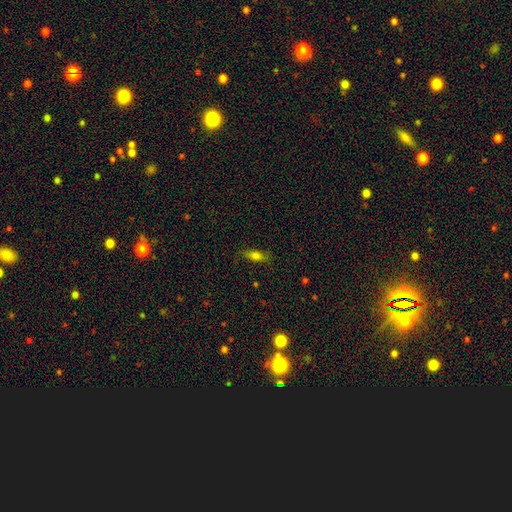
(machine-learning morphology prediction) smooth_or_featured: smooth (p=0.74) [alt: featured or disk p=0.15]
how_rounded: in between (p=0.73) [alt: cigar-shaped p=0.22]
merging: none (p=0.79) [alt: minor disturbance p=0.16]